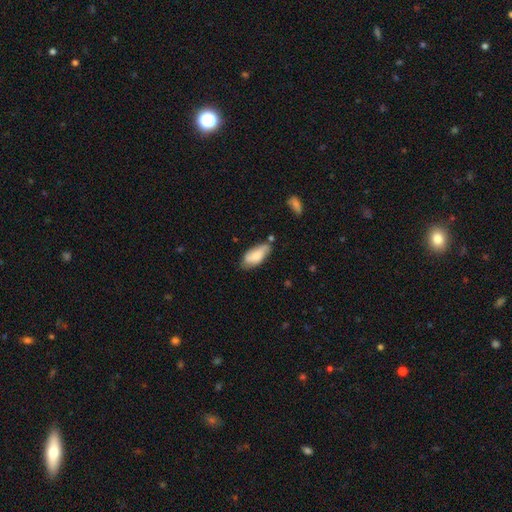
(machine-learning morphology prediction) type=smooth (73%); roundness=in between (84%); merging=none (60%).